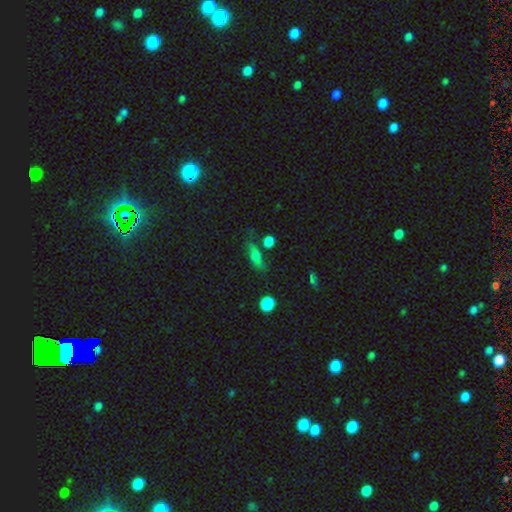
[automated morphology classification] A smooth galaxy with no disk features (65%) that is in between round and cigar-shaped (60%). Merging: none (56%).